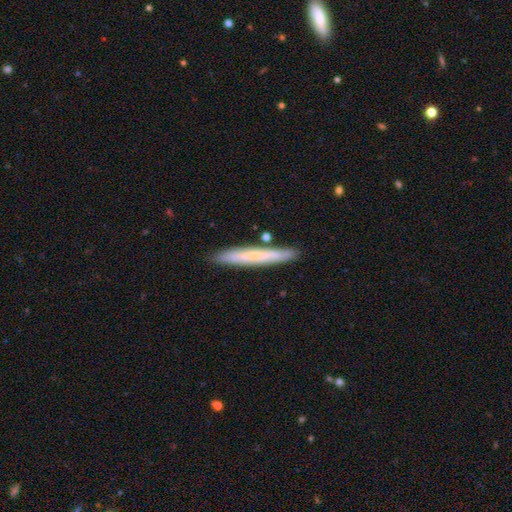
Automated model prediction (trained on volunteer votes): The model was most divided on "smooth or featured": smooth: 61%, featured or disk: 33%, star or artifact: 6%. More confident: how rounded — cigar-shaped (96%); merging — none (88%).